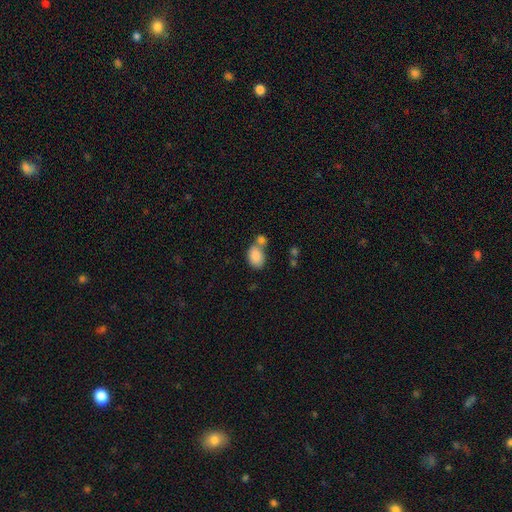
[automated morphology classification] The model was most divided on "merging": merger: 43%, none: 40%, minor disturbance: 13%, major disturbance: 5%. More confident: smooth or featured — smooth (86%); how rounded — in between (85%).